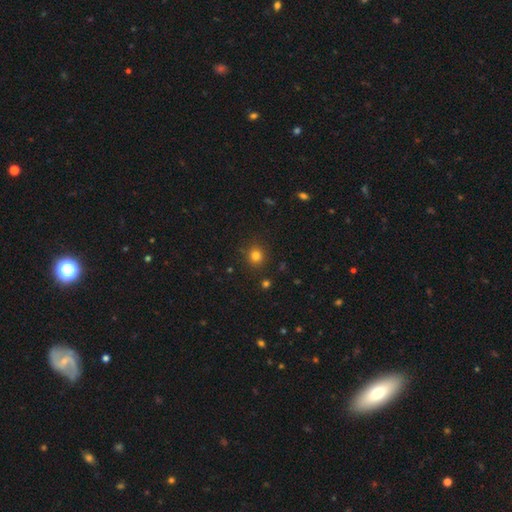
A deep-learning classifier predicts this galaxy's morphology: Overall: smooth (80%). How rounded: round (87%). Merging: none (88%).